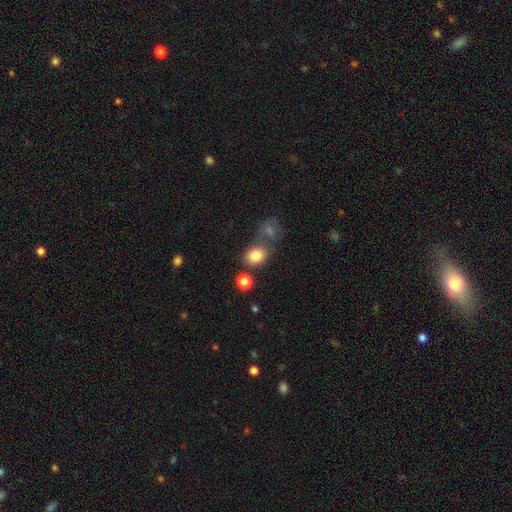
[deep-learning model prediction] This appears to be a smooth galaxy with no disk features (81%) that is in between round and cigar-shaped (53%). Merging: none (55%).